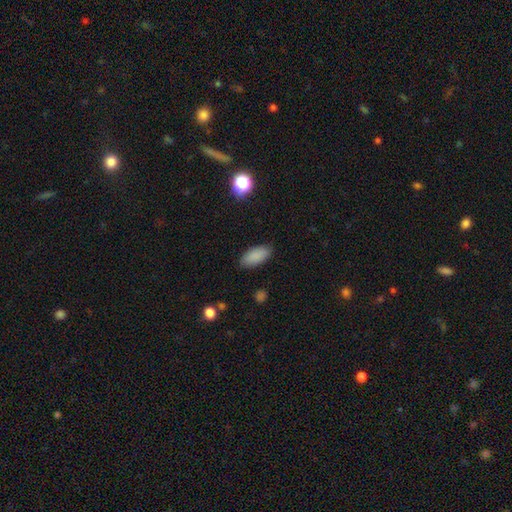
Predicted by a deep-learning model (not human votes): A smooth galaxy with no disk features (87%) that is in between round and cigar-shaped (88%). Merging: none (86%).